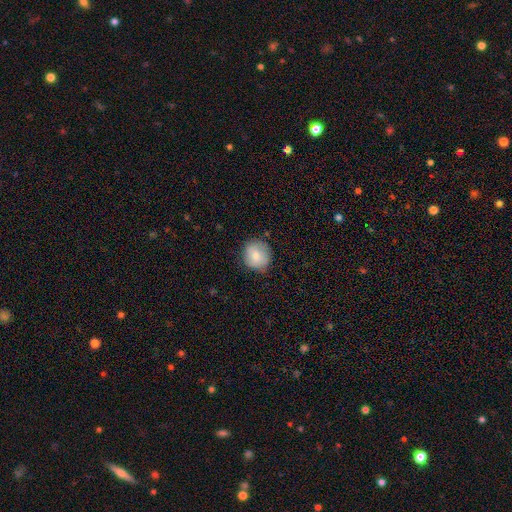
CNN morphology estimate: A smooth galaxy with no disk features (77%) that is round (86%).

Vote fractions:
- Smooth or featured? smooth: 77% / featured or disk: 15% / star or artifact: 8%
- How rounded? round: 86% / in between: 13% / cigar-shaped: 1%
- Merging? none: 80% / minor disturbance: 16% / major disturbance: 3% / merger: 1%